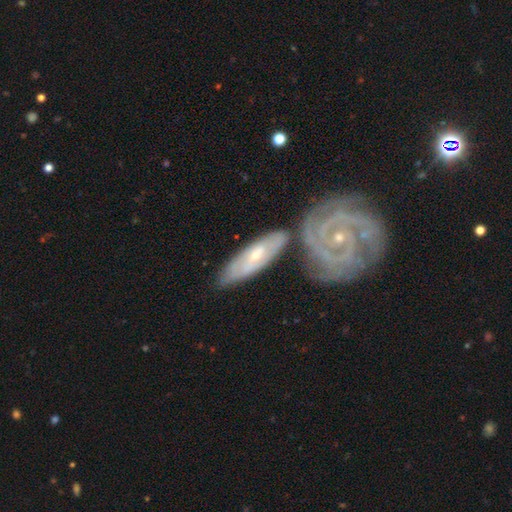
Smooth or featured? 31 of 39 (79%) said featured or disk. Edge-on disk? 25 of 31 (81%) said no. Bar? 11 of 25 (44%) said weak. Spiral arms? 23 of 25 (92%) said yes. Spiral winding? 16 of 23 (70%) said tight. Spiral arm count? 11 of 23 (48%) said 2. Bulge size? 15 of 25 (60%) said small. Merging? 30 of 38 (79%) said none.